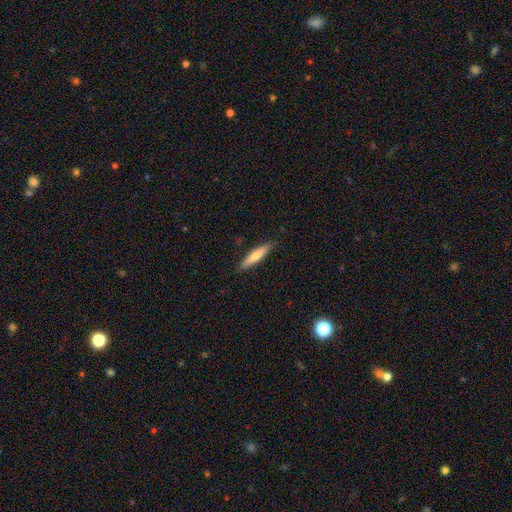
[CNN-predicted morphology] Smooth or featured?
  - smooth: 65% *
  - featured or disk: 30%
  - star or artifact: 6%
How rounded?
  - cigar-shaped: 87% *
  - in between: 11%
  - round: 1%
Merging?
  - none: 88% *
  - minor disturbance: 9%
  - major disturbance: 2%
  - merger: 1%